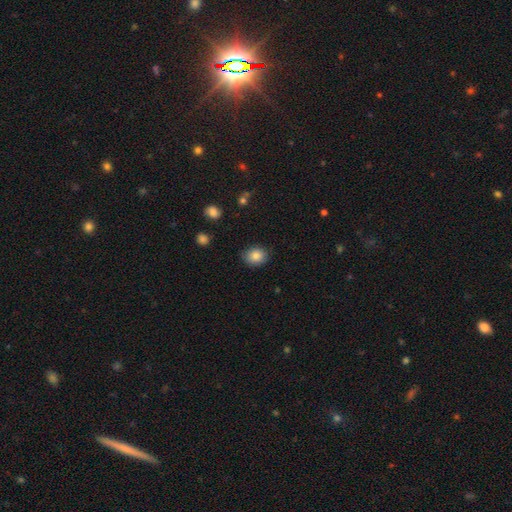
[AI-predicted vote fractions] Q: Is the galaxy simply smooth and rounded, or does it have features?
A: smooth — 85%.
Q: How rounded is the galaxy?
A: round — 50%.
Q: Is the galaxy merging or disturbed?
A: none — 85%.